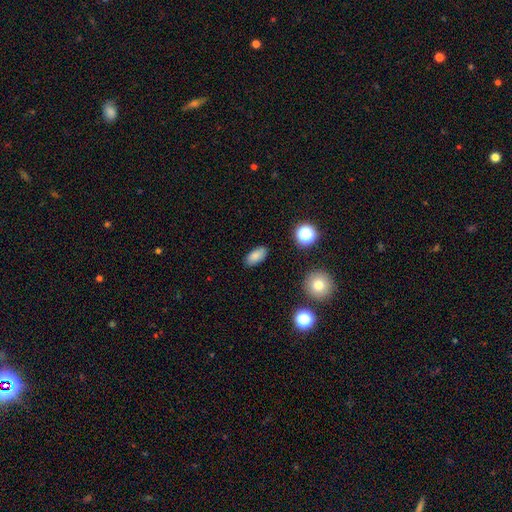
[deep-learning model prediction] This appears to be a smooth galaxy with no disk features (83%) that is in between round and cigar-shaped (90%). Merging: none (87%).